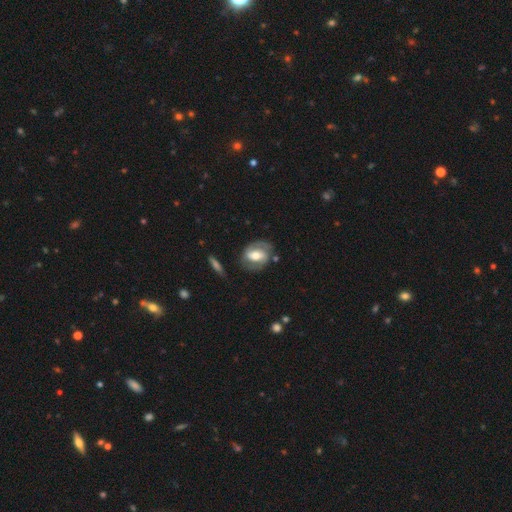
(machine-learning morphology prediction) Smooth or featured: featured or disk — 72% (smooth — 23%)
Edge-on disk: no — 95% (yes — 5%)
Bar: strong — 40% (weak — 37%)
Spiral arms: yes — 82% (no — 18%)
Spiral winding: medium — 44% (tight — 39%)
Spiral arm count: 2 — 83% (can't tell — 9%)
Bulge size: moderate — 65% (small — 16%)
Merging: none — 74% (minor disturbance — 16%)